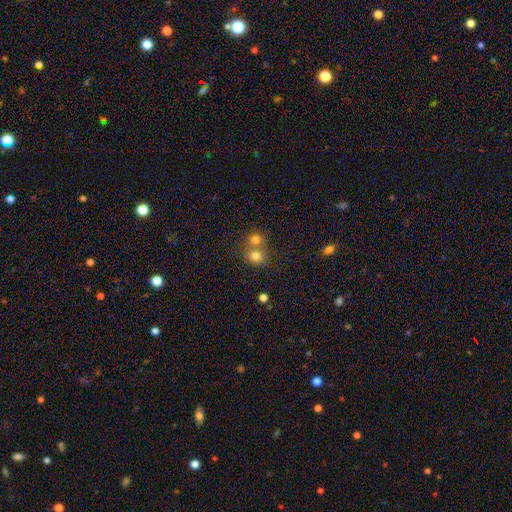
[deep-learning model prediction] smooth_or_featured: smooth (p=0.77) [alt: star or artifact p=0.14]
how_rounded: round (p=0.76) [alt: in between p=0.24]
merging: merger (p=0.49) [alt: none p=0.42]